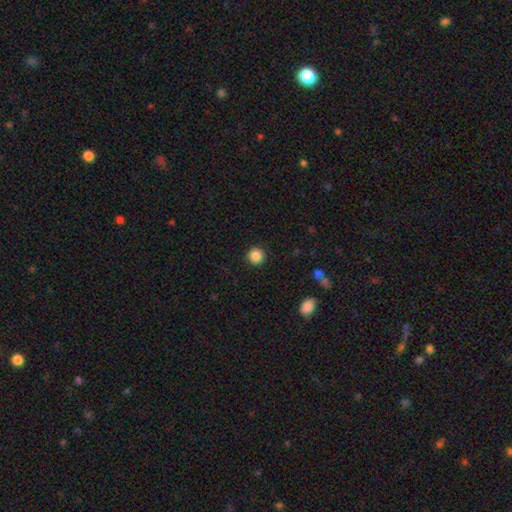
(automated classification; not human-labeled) Q: Smooth or featured?
A: smooth (87%); runner-up: star or artifact (10%)
Q: How rounded?
A: round (95%); runner-up: in between (4%)
Q: Merging?
A: none (92%); runner-up: minor disturbance (5%)